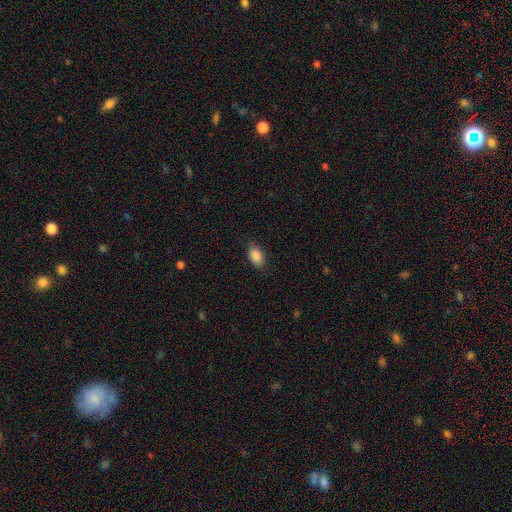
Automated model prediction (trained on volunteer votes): Overall: smooth (87%). How rounded: in between (91%). Merging: none (83%).